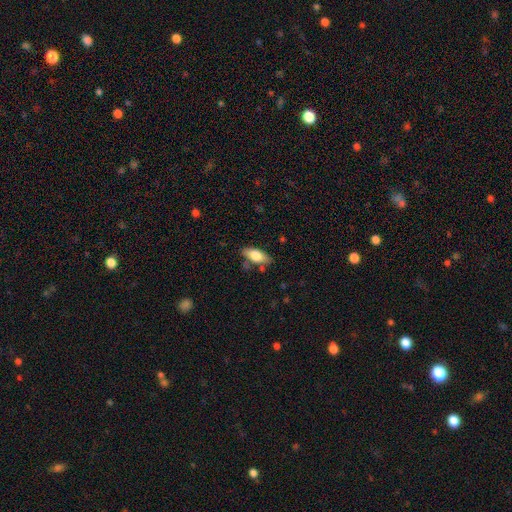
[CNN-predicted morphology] smooth 74%, featured or disk 19%, star or artifact 7%. Down the decision tree: how rounded — in between (82%); merging — none (75%).